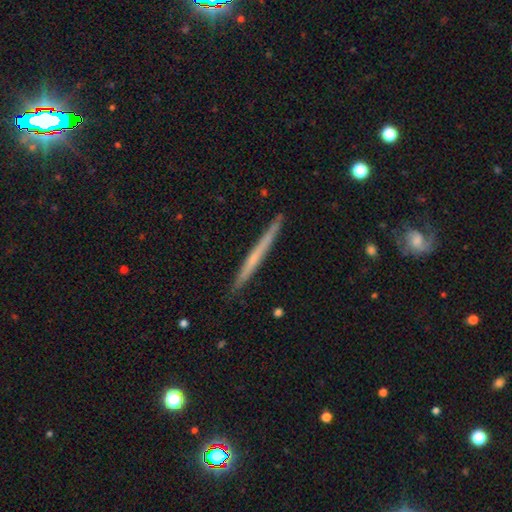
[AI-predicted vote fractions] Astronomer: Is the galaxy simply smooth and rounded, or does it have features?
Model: featured or disk — 54% (runner-up: smooth, 40%).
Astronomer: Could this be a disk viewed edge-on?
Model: yes — 98%.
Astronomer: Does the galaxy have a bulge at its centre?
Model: none — 84%.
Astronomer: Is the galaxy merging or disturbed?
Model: none — 91%.